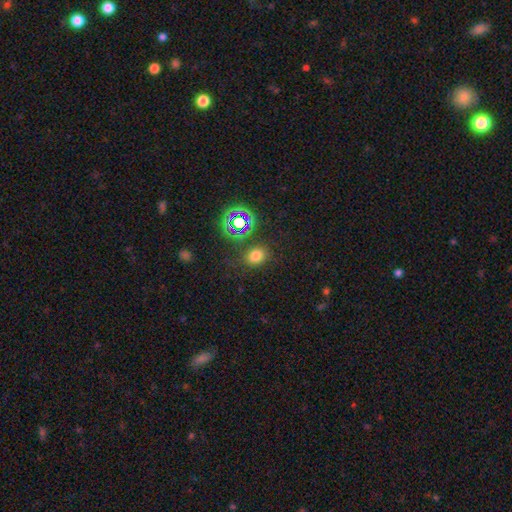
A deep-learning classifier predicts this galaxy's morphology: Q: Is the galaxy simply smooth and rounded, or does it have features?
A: smooth — 70%.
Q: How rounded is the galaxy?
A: round — 54%.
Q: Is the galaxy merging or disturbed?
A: none — 76%.